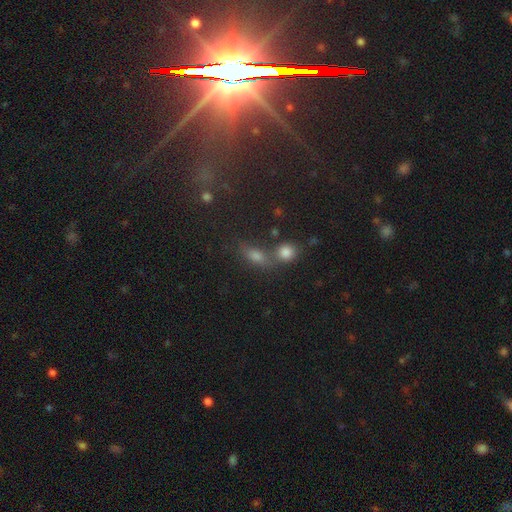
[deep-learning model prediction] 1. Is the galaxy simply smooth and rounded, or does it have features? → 67% smooth, 20% star or artifact, 13% featured or disk.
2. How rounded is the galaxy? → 65% in between, 20% round, 15% cigar-shaped.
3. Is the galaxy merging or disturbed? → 48% none, 34% merger, 12% minor disturbance, 6% major disturbance.